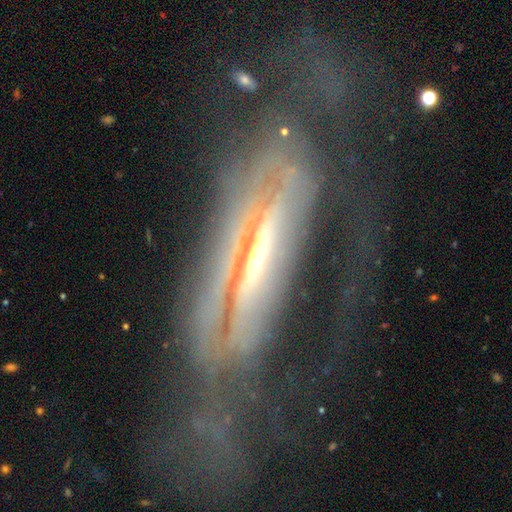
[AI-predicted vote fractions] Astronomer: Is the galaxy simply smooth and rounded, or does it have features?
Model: featured or disk — 76%.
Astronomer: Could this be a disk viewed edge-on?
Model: yes — 54% (runner-up: no, 46%).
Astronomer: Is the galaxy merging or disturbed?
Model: none — 41% (runner-up: major disturbance, 33%).